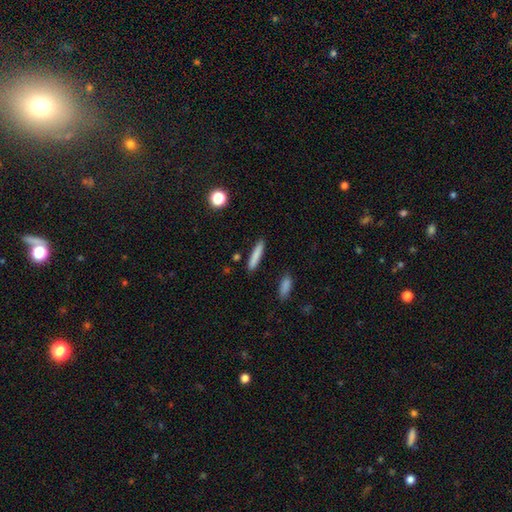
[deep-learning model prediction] This appears to be a smooth galaxy with no disk features (82%) that is cigar-shaped (89%). Merging: none (88%).